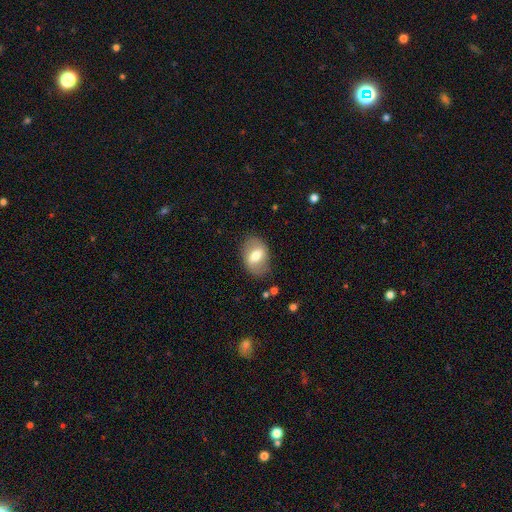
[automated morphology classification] Smooth or featured? smooth (58%)
How rounded? in between (82%)
Merging? none (81%)